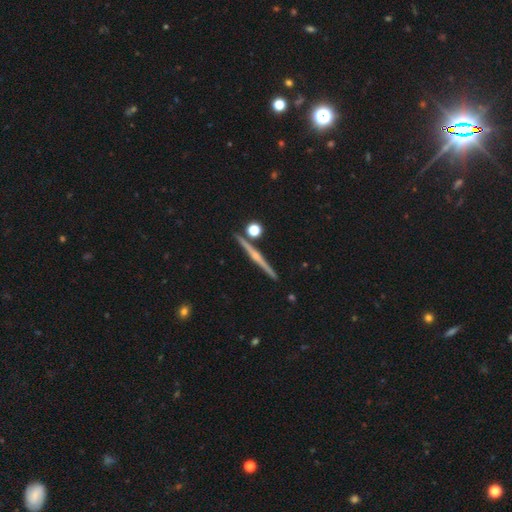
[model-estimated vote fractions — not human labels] This is likely a featured or disk galaxy (78%). It is clearly viewed edge-on (98%). Edge-on bulge: likely rounded (77%). Merging: clearly none (90%).